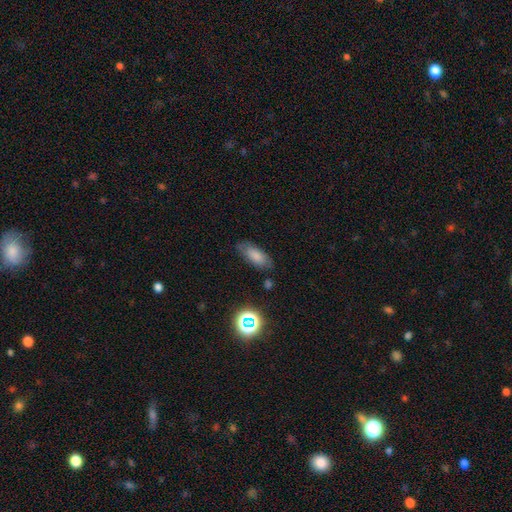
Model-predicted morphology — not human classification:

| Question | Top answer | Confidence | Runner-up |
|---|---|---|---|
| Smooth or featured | smooth | 76% | featured or disk (13%) |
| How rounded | in between | 80% | cigar-shaped (17%) |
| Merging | none | 73% | minor disturbance (19%) |